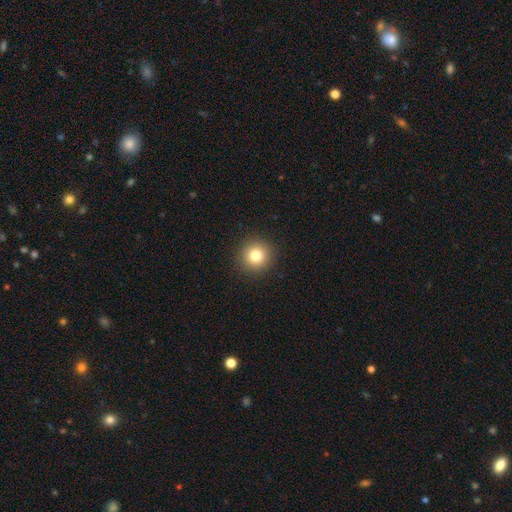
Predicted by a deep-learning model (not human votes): This appears to be a smooth galaxy with no disk features (81%) that is round (95%). Merging: none (92%).